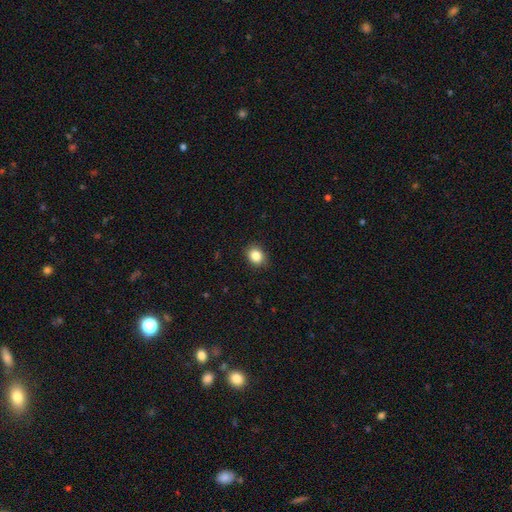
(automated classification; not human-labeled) Smooth or featured?
  - smooth: 85% *
  - star or artifact: 10%
  - featured or disk: 5%
How rounded?
  - round: 59% *
  - in between: 40%
  - cigar-shaped: 1%
Merging?
  - none: 88% *
  - minor disturbance: 9%
  - major disturbance: 2%
  - merger: 1%